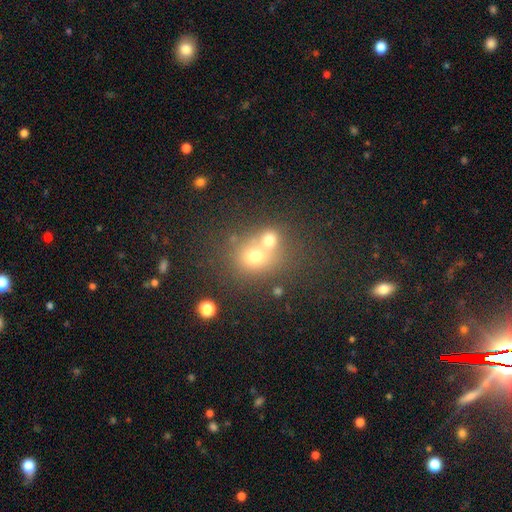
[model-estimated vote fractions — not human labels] smooth_or_featured: smooth (p=0.65) [alt: featured or disk p=0.18]
how_rounded: round (p=0.72) [alt: in between p=0.27]
merging: merger (p=0.53) [alt: none p=0.36]